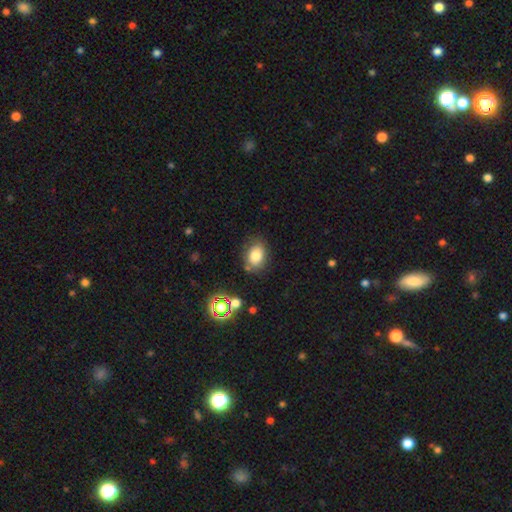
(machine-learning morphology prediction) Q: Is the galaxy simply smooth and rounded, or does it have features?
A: smooth — 79%.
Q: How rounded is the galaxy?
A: in between — 69%.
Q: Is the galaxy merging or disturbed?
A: none — 76%.